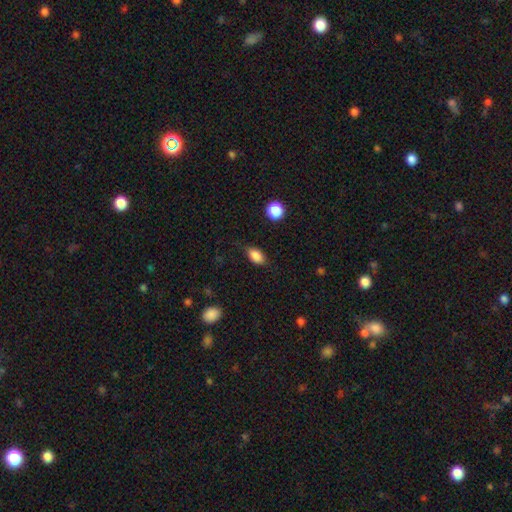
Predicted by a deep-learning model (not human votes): smooth 87%, star or artifact 8%, featured or disk 5%. Down the decision tree: how rounded — in between (88%); merging — none (79%).